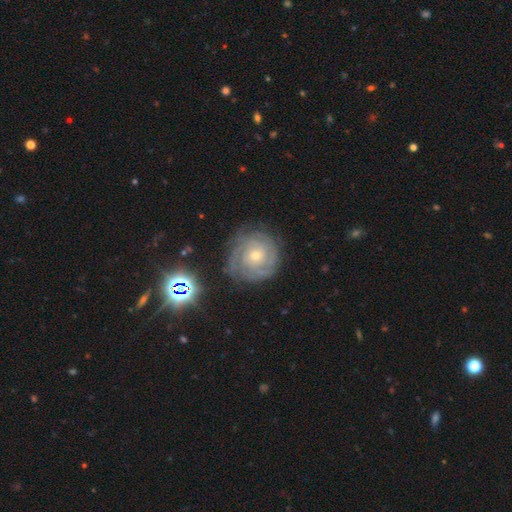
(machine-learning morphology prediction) Smooth or featured: featured or disk — 81% (smooth — 10%)
Edge-on disk: no — 98% (yes — 2%)
Bar: no — 75% (weak — 20%)
Spiral arms: yes — 96% (no — 4%)
Spiral winding: tight — 80% (medium — 17%)
Spiral arm count: can't tell — 29% (3 — 26%)
Bulge size: small — 60% (moderate — 36%)
Merging: none — 79% (minor disturbance — 14%)